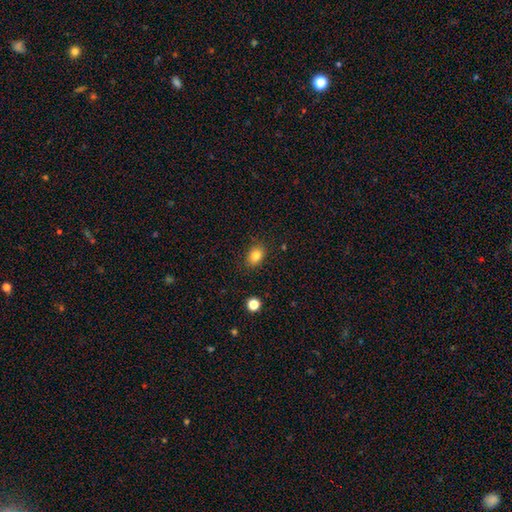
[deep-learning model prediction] Smooth or featured: smooth — 83% (star or artifact — 10%)
How rounded: in between — 64% (round — 35%)
Merging: none — 85% (minor disturbance — 11%)